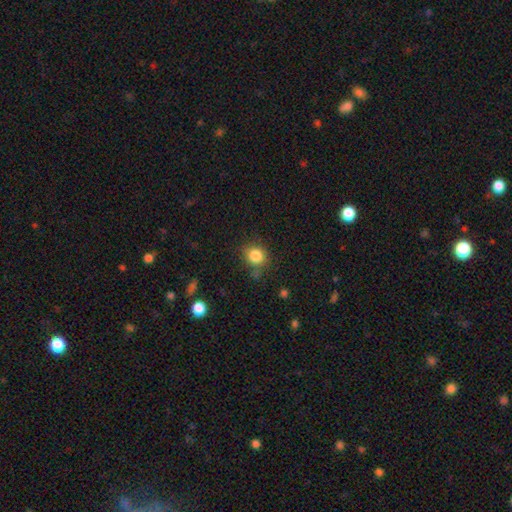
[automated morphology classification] type=smooth (84%); roundness=round (84%); merging=none (75%).